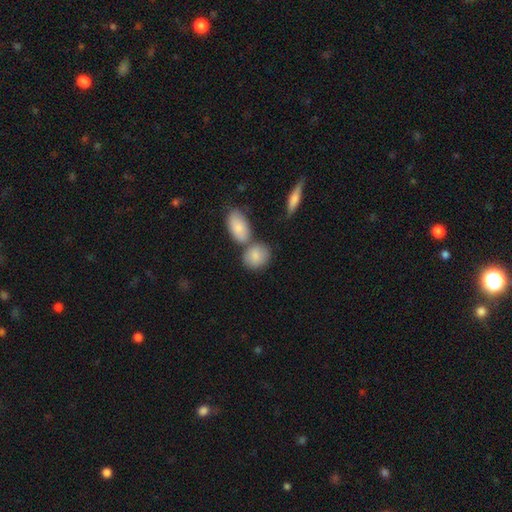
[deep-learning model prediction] Smooth or featured: smooth — 84% (featured or disk — 10%)
How rounded: in between — 55% (round — 43%)
Merging: none — 51% (merger — 32%)